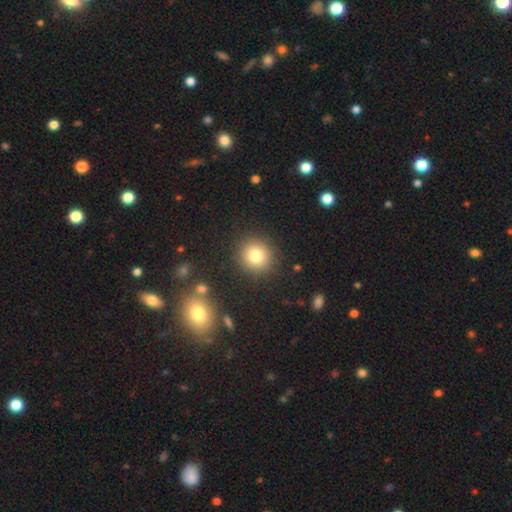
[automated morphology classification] A smooth galaxy with no disk features (79%) that is round (90%).

Vote fractions:
- Smooth or featured? smooth: 79% / star or artifact: 13% / featured or disk: 8%
- How rounded? round: 90% / in between: 9% / cigar-shaped: 1%
- Merging? none: 89% / minor disturbance: 7% / major disturbance: 3% / merger: 2%